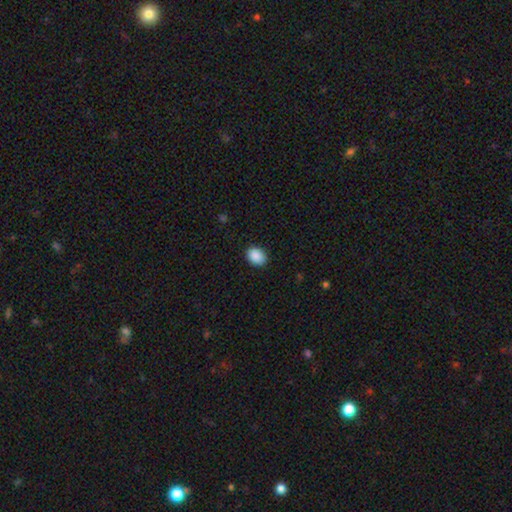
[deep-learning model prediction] Overall: smooth (90%). How rounded: in between (68%; round 32%). Merging: none (89%).